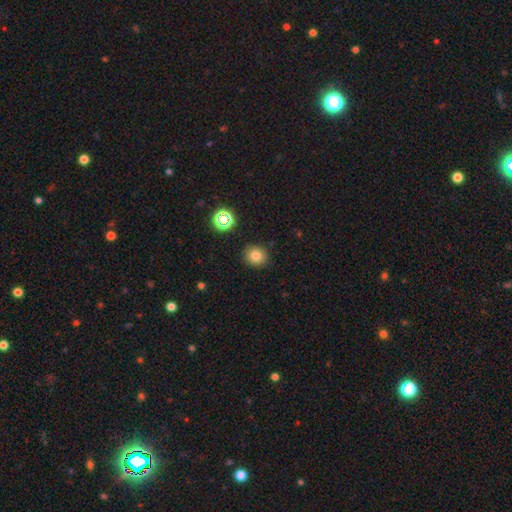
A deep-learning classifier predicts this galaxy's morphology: Smooth or featured? smooth (79%)
How rounded? round (83%)
Merging? none (87%)